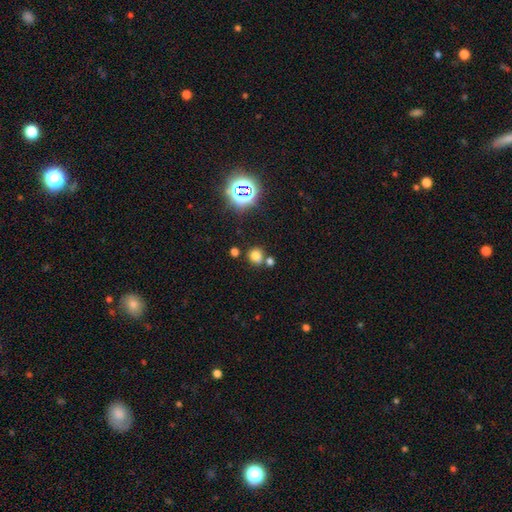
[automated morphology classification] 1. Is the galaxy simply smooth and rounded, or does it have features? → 73% smooth, 20% star or artifact, 7% featured or disk.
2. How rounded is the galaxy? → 78% round, 20% in between, 1% cigar-shaped.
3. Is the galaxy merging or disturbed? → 67% none, 20% merger, 9% minor disturbance, 3% major disturbance.